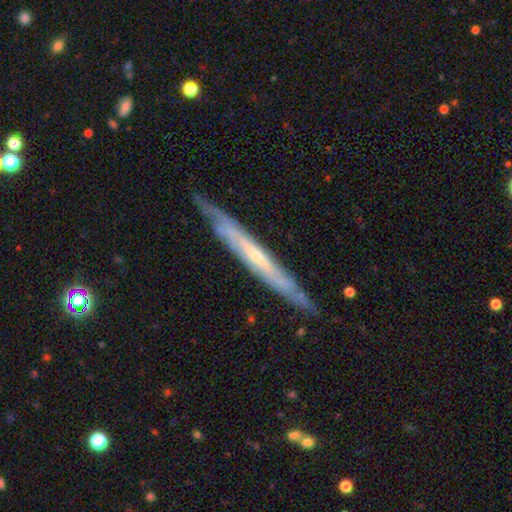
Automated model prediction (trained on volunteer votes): The model was most divided on "edge-on bulge": none: 62%, rounded: 34%, boxy: 5%. More confident: edge-on disk — yes (80%); merging — none (78%); smooth or featured — featured or disk (75%).